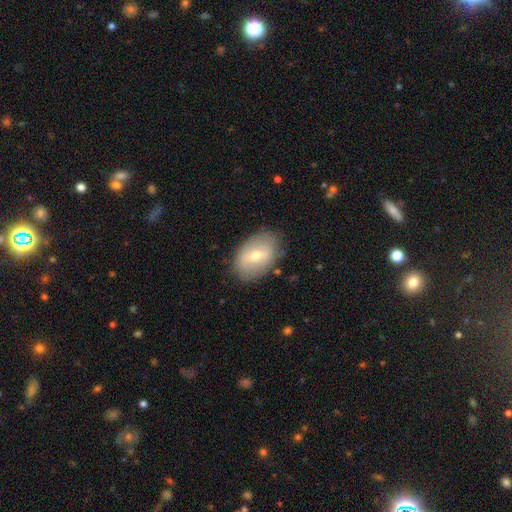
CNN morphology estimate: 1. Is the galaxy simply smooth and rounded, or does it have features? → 47% featured or disk, 45% smooth, 7% star or artifact.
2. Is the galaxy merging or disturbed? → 80% none, 14% minor disturbance, 4% major disturbance, 1% merger.